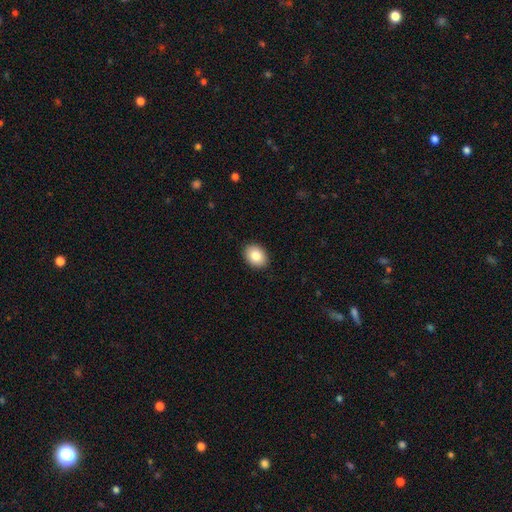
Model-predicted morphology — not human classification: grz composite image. It shows a smooth galaxy with no disk features (85%) that is in between round and cigar-shaped (66%). Merging: none (91%).